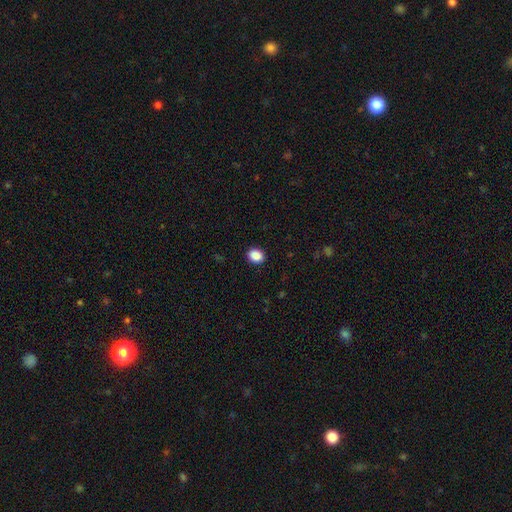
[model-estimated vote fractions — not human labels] A smooth galaxy with no disk features (89%) that is round (51%).

Vote fractions:
- Smooth or featured? smooth: 89% / star or artifact: 8% / featured or disk: 3%
- How rounded? round: 51% / in between: 48% / cigar-shaped: 1%
- Merging? none: 91% / minor disturbance: 6% / major disturbance: 2% / merger: 1%